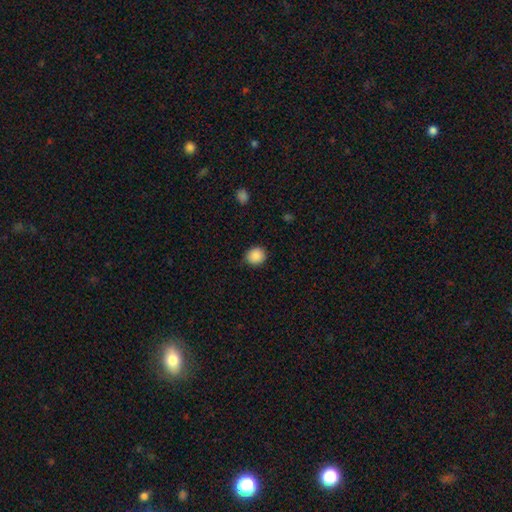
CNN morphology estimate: Smooth or featured?
  - smooth: 89% *
  - star or artifact: 9%
  - featured or disk: 3%
How rounded?
  - round: 82% *
  - in between: 17%
  - cigar-shaped: 1%
Merging?
  - none: 87% *
  - minor disturbance: 10%
  - major disturbance: 2%
  - merger: 1%